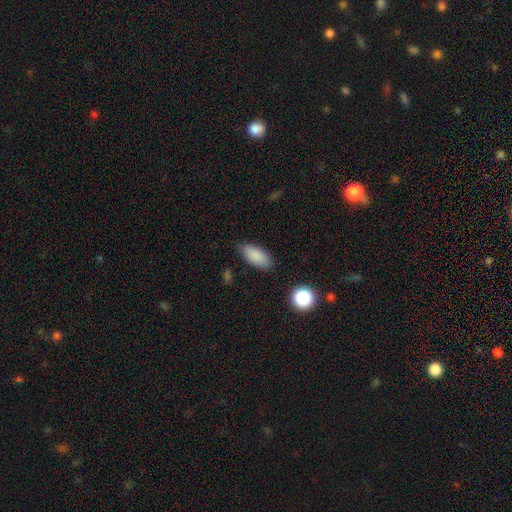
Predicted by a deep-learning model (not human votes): Smooth or featured? Predicted: smooth (p=0.88). How rounded? Predicted: in between (p=0.89). Merging? Predicted: none (p=0.82).